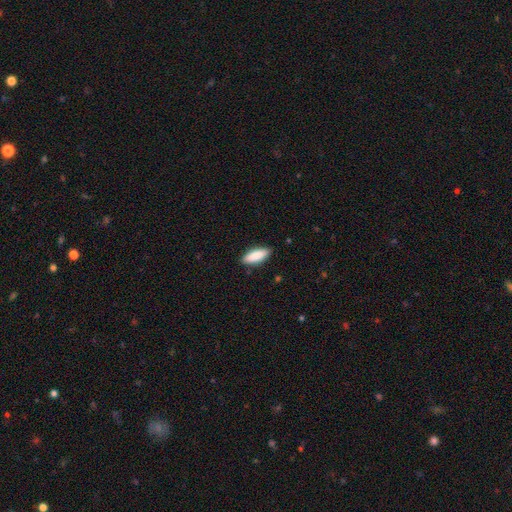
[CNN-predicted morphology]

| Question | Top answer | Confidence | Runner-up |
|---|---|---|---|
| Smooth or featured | smooth | 88% | featured or disk (7%) |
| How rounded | in between | 69% | cigar-shaped (29%) |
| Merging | none | 88% | minor disturbance (9%) |